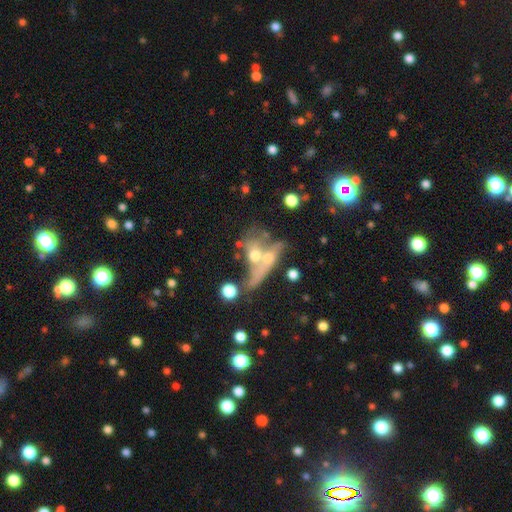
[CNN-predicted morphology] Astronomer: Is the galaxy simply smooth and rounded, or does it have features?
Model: featured or disk — 47% (runner-up: smooth, 39%).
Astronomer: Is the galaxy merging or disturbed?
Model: merger — 54%.